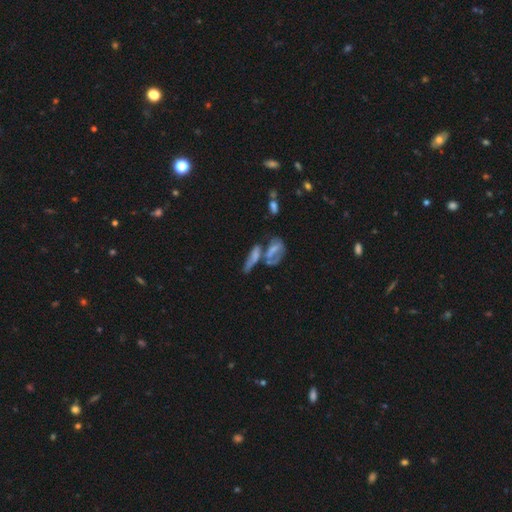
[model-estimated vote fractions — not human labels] Morphology: type=featured or disk (46%); merging=merger (49%).